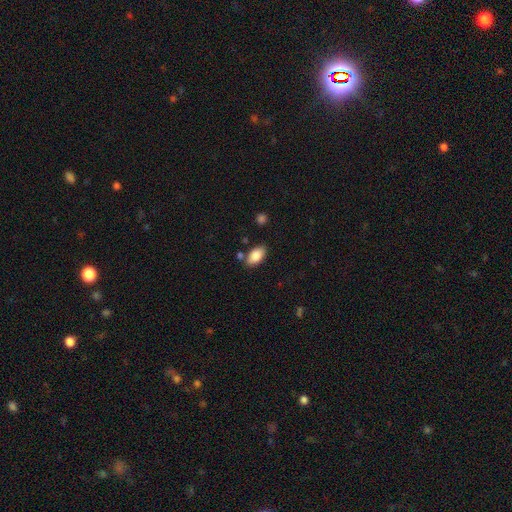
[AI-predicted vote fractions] The model was most divided on "merging": none: 78%, minor disturbance: 13%, merger: 6%, major disturbance: 3%. More confident: how rounded — in between (93%); smooth or featured — smooth (86%).